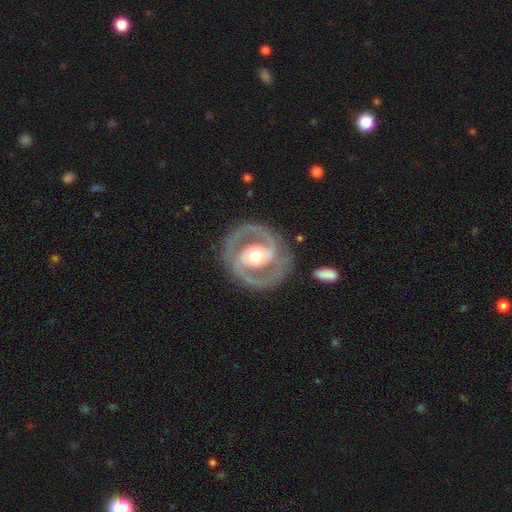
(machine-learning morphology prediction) featured or disk 88%, smooth 8%, star or artifact 4%. Down the decision tree: edge-on disk — no (97%); bar — no (37%); spiral arms — yes (91%); spiral arm count — 2 (92%); spiral winding — medium (49%); bulge size — moderate (67%); merging — none (84%).